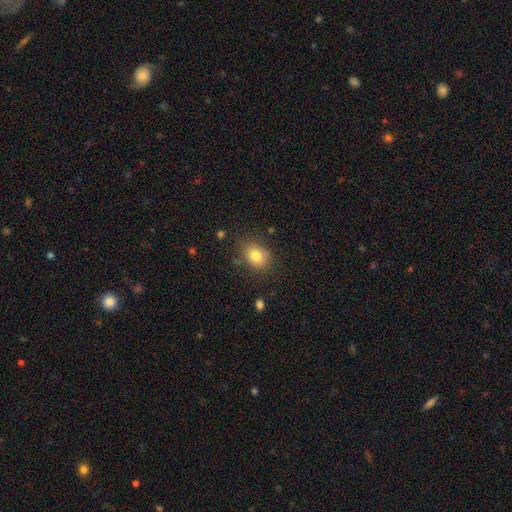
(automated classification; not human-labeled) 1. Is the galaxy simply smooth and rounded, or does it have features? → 80% smooth, 11% star or artifact, 9% featured or disk.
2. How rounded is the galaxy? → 59% in between, 40% round, 1% cigar-shaped.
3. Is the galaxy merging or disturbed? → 76% none, 17% minor disturbance, 5% major disturbance, 3% merger.